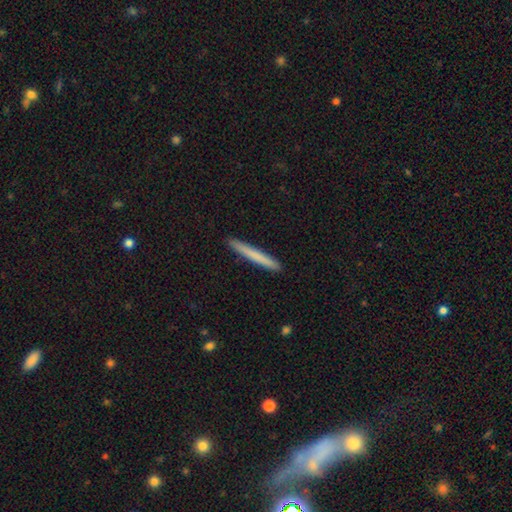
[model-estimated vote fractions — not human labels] This appears to be a smooth galaxy with no disk features (72%) that is cigar-shaped (97%). Merging: none (92%).